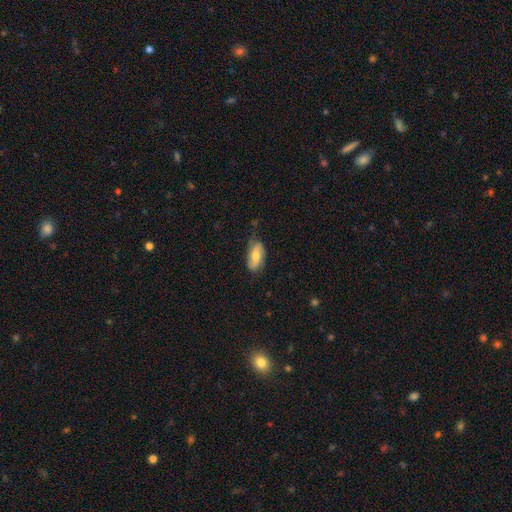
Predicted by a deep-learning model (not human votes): A smooth galaxy with no disk features (52%) that is in between round and cigar-shaped (87%). Merging: none (65%).